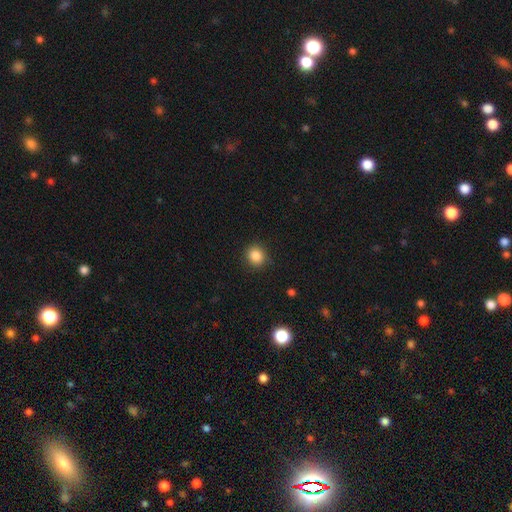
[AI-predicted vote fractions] A smooth galaxy with no disk features (86%) that is round (85%). Merging: none (88%).